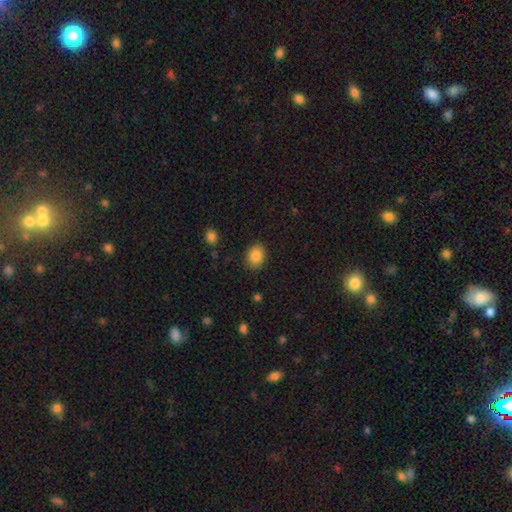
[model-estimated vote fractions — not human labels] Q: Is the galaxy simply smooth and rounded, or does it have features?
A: smooth — 86%.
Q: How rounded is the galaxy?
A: in between — 58%.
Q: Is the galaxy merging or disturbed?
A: none — 87%.